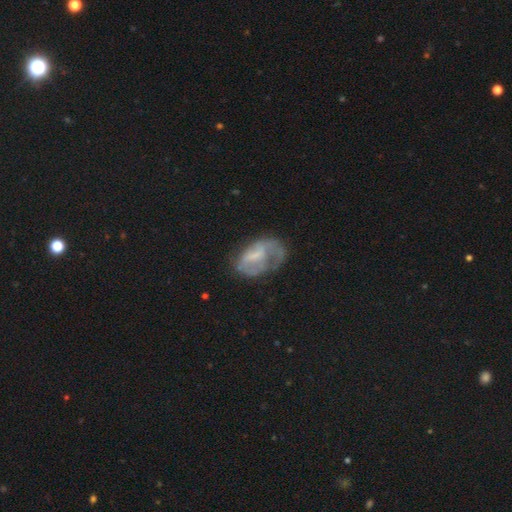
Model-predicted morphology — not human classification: Smooth or featured: featured or disk — 55% (smooth — 36%)
Edge-on disk: no — 96% (yes — 4%)
Bar: no — 49% (weak — 39%)
Spiral arms: no — 53% (yes — 47%)
Bulge size: none — 39% (small — 30%)
Merging: none — 37% (major disturbance — 33%)